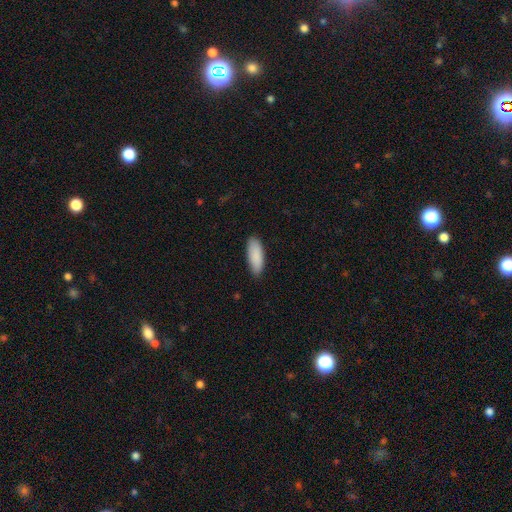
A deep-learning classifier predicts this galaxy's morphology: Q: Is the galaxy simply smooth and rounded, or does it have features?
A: smooth — 90%.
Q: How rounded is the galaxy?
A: in between — 73%.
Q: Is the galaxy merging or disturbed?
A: none — 86%.